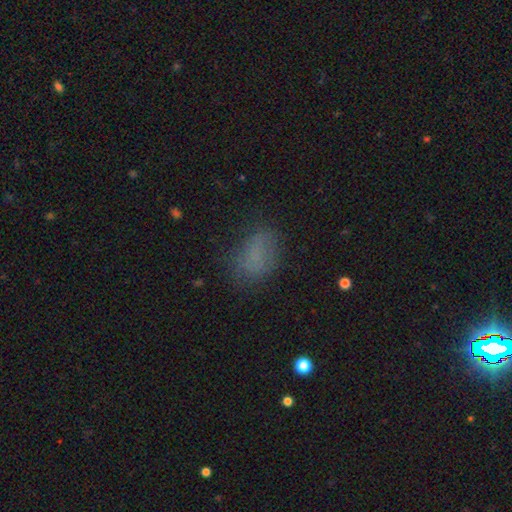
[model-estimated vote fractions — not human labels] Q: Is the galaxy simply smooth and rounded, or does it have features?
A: smooth — 70%.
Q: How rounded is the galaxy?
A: in between — 84%.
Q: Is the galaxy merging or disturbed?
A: none — 65%.